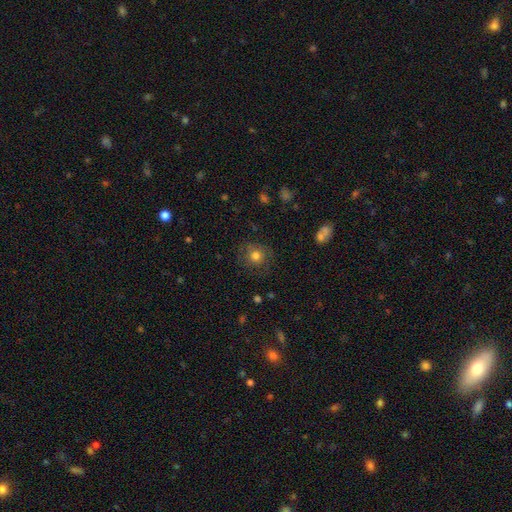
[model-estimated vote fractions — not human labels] Smooth or featured? Predicted: smooth (p=0.74). How rounded? Predicted: round (p=0.91). Merging? Predicted: none (p=0.81).